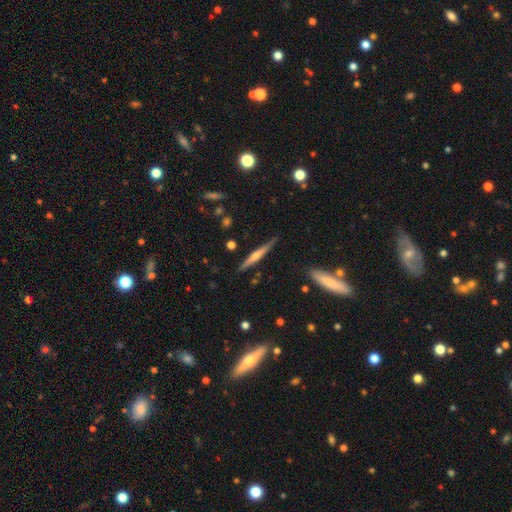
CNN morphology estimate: smooth_or_featured: featured or disk (p=0.65) [alt: smooth p=0.29]
disk_edge_on: yes (p=0.98) [alt: no p=0.02]
edge_on_bulge: rounded (p=0.72) [alt: none p=0.19]
merging: none (p=0.87) [alt: minor disturbance p=0.09]